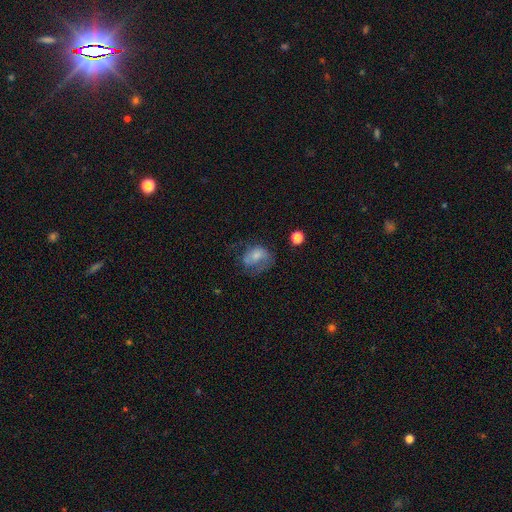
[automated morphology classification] Overall: smooth (55%; featured or disk 35%). How rounded: in between (66%; round 32%). Merging: major disturbance (38%; none 33%).